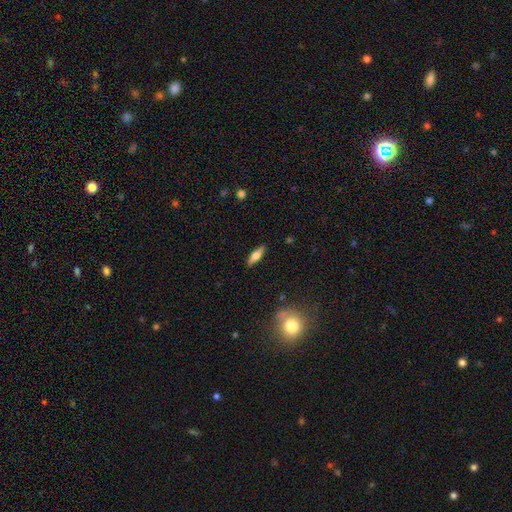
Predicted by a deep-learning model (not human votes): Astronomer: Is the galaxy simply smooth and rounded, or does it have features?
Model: smooth — 51% (runner-up: featured or disk, 42%).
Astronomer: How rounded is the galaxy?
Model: cigar-shaped — 50% (runner-up: in between, 47%).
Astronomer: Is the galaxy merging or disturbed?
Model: none — 89%.